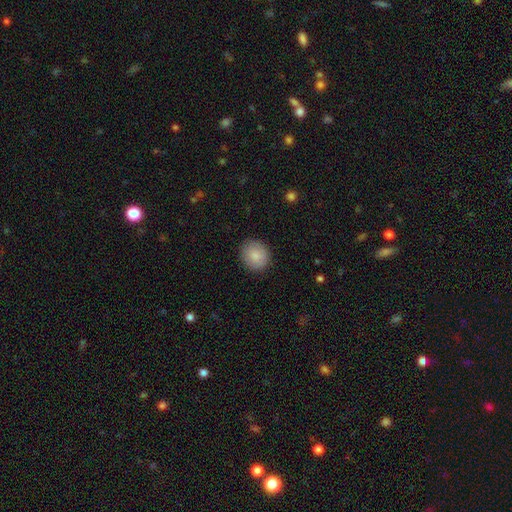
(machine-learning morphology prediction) Smooth or featured?
  - smooth: 87% *
  - star or artifact: 7%
  - featured or disk: 6%
How rounded?
  - round: 79% *
  - in between: 20%
  - cigar-shaped: 1%
Merging?
  - none: 88% *
  - minor disturbance: 9%
  - major disturbance: 2%
  - merger: 1%